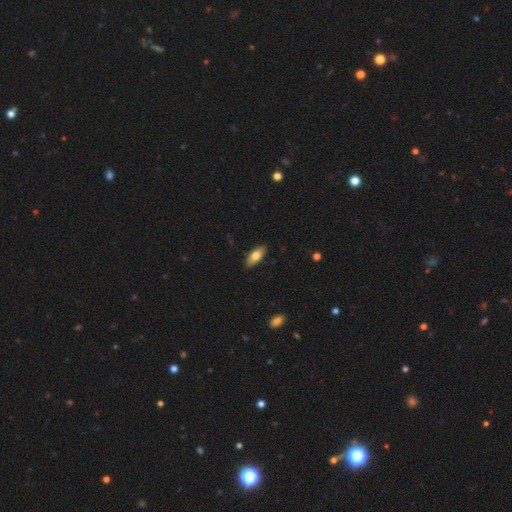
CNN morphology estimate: This appears to be a smooth galaxy with no disk features (74%) that is in between round and cigar-shaped (79%). Merging: none (88%).